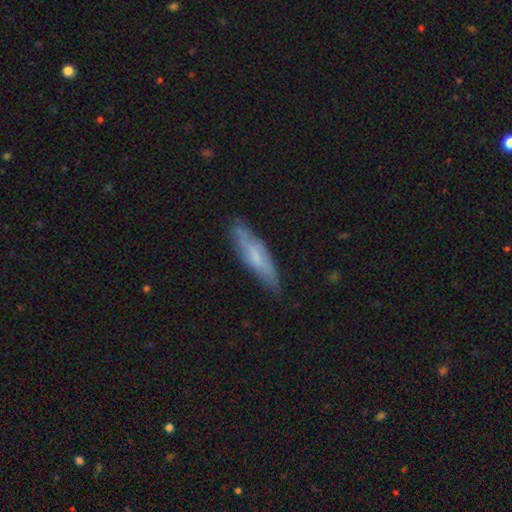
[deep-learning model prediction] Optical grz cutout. It shows a smooth galaxy with no disk features (56%) that is cigar-shaped (74%). Merging: none (78%).